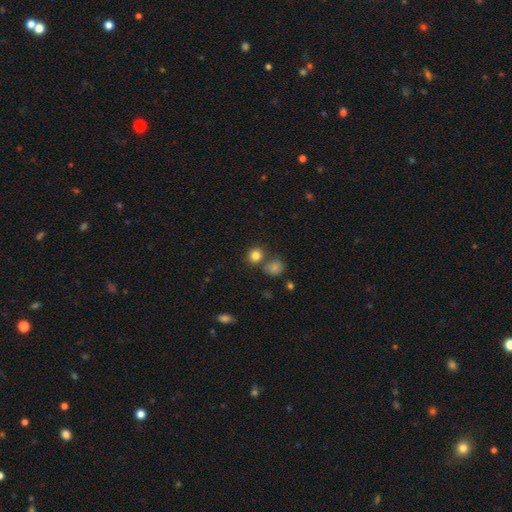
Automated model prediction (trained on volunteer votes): Smooth or featured? Predicted: smooth (p=0.82). How rounded? Predicted: round (p=0.83). Merging? Predicted: none (p=0.65).